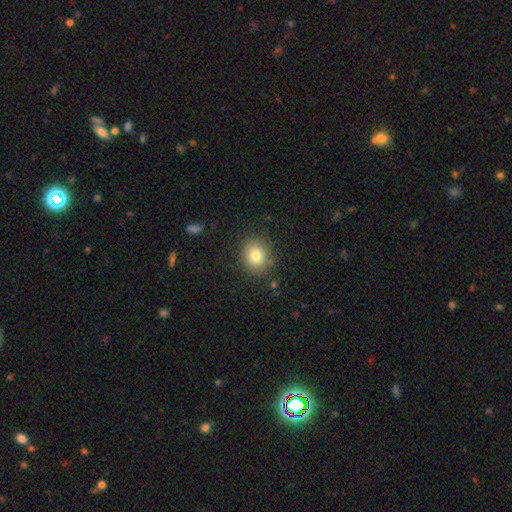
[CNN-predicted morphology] A smooth galaxy with no disk features (79%) that is round (71%). Merging: none (85%).